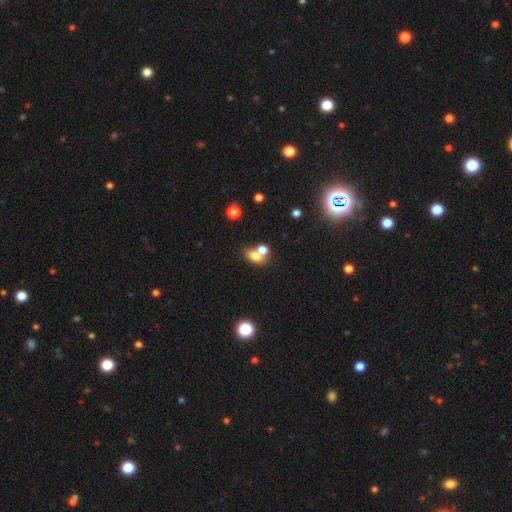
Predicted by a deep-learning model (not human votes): smooth 73%, featured or disk 14%, star or artifact 13%. Down the decision tree: how rounded — in between (70%); merging — merger (48%).